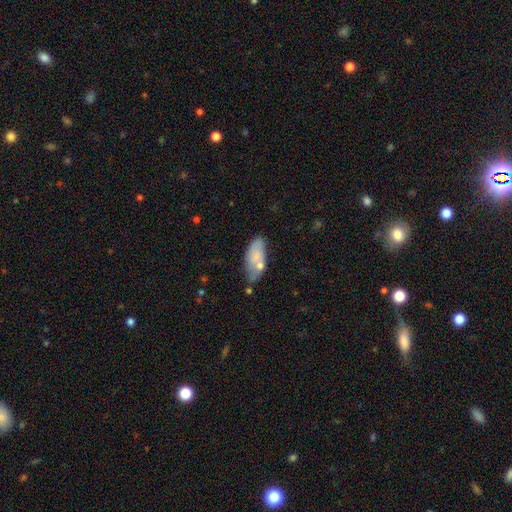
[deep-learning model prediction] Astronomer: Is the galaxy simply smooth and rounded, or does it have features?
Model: smooth — 72%.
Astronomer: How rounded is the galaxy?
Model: in between — 85%.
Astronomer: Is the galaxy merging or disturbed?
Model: none — 48% (runner-up: minor disturbance, 27%).